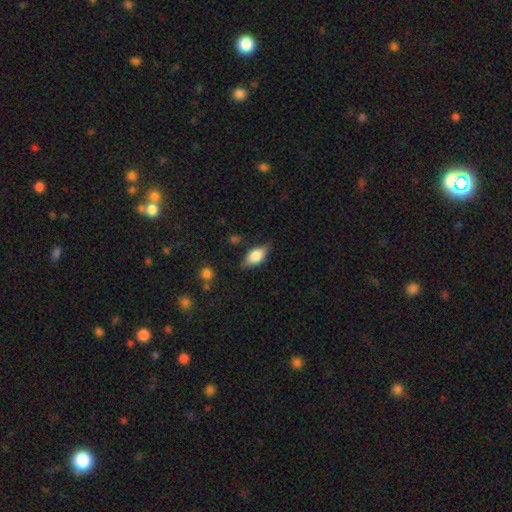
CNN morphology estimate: Overall: smooth (69%). How rounded: in between (85%). Merging: none (72%).